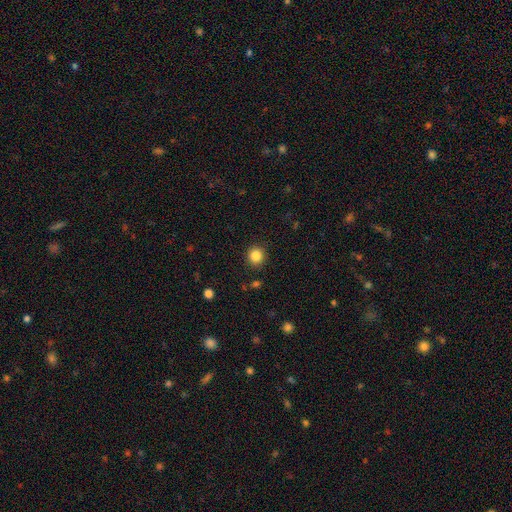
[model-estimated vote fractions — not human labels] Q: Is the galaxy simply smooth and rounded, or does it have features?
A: smooth — 85%.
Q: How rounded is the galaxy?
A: round — 91%.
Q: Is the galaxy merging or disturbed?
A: none — 90%.